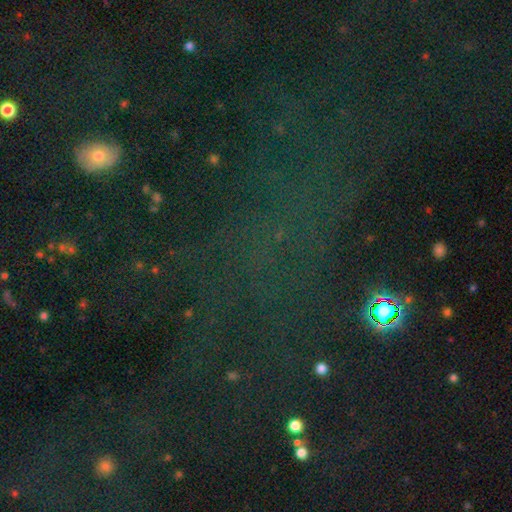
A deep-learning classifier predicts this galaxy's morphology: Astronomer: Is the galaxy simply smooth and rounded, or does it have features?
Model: star or artifact — 63%.